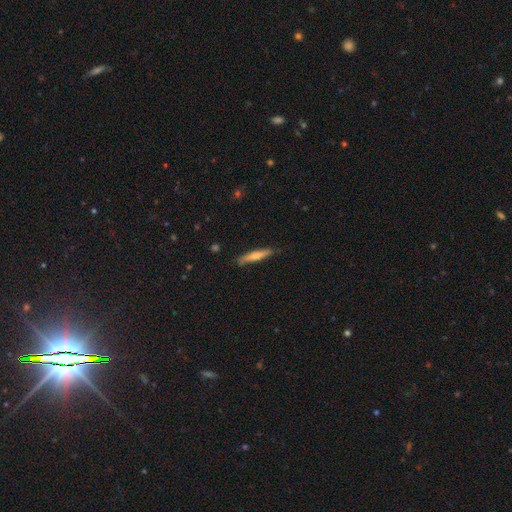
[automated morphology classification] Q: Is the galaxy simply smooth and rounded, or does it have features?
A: smooth — 57%.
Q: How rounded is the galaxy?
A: cigar-shaped — 90%.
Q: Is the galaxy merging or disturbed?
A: none — 82%.